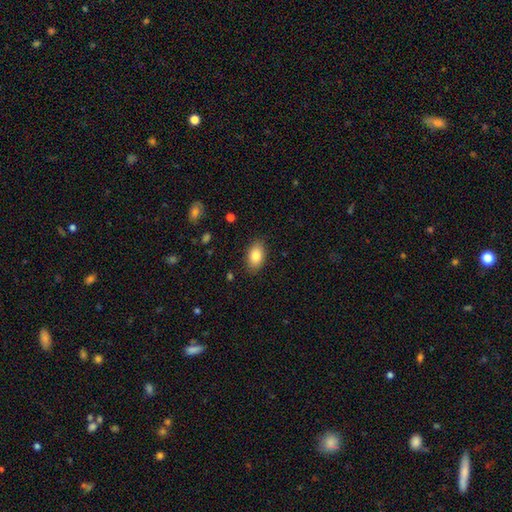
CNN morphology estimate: A smooth galaxy with no disk features (83%) that is in between round and cigar-shaped (92%). Merging: none (86%).